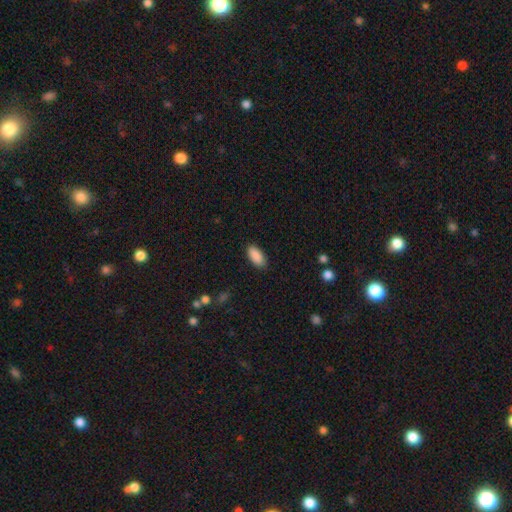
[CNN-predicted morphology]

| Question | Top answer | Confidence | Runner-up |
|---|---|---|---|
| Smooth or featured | smooth | 90% | star or artifact (7%) |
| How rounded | in between | 92% | cigar-shaped (6%) |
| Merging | none | 87% | minor disturbance (10%) |